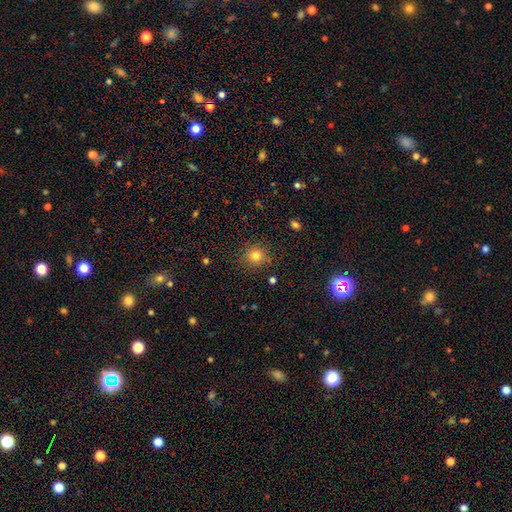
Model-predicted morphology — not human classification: smooth 80%, star or artifact 13%, featured or disk 6%. Down the decision tree: how rounded — round (90%); merging — none (85%).